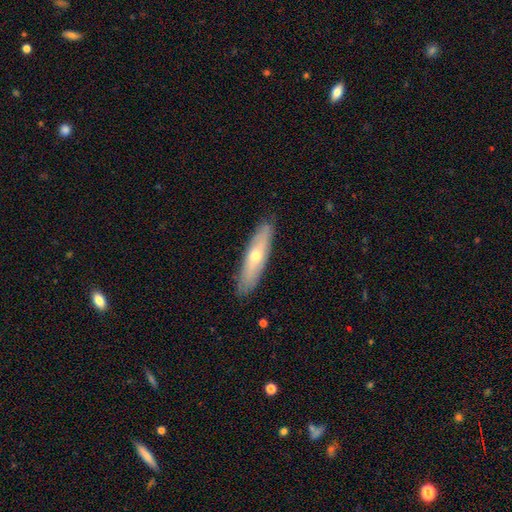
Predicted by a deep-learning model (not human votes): smooth_or_featured: featured or disk (p=0.47) [alt: smooth p=0.46]
merging: none (p=0.88) [alt: minor disturbance p=0.09]